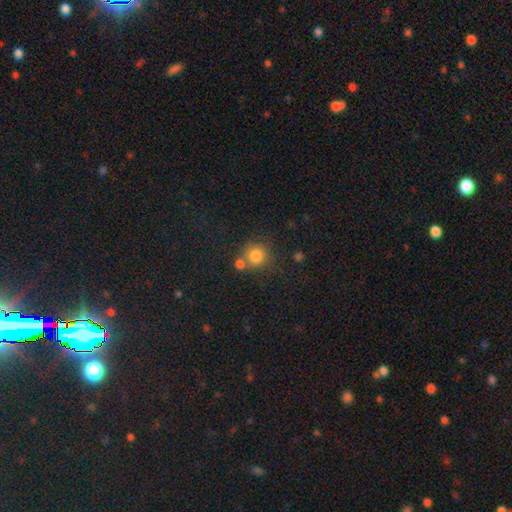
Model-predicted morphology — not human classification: This is likely a smooth galaxy (80%). How rounded: clearly round (88%). Merging: possibly none (59%).